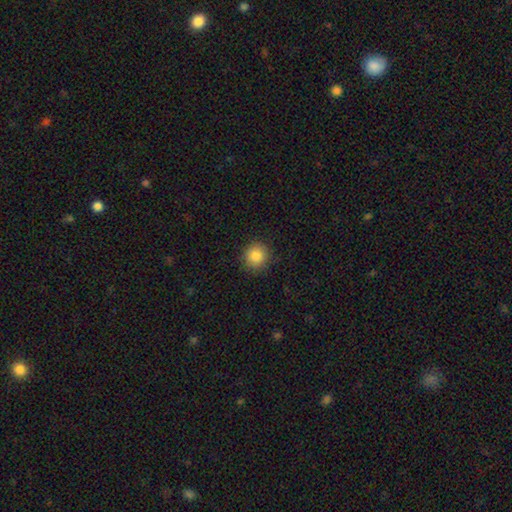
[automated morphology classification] smooth_or_featured: smooth (p=0.85) [alt: star or artifact p=0.10]
how_rounded: round (p=0.89) [alt: in between p=0.10]
merging: none (p=0.89) [alt: minor disturbance p=0.08]